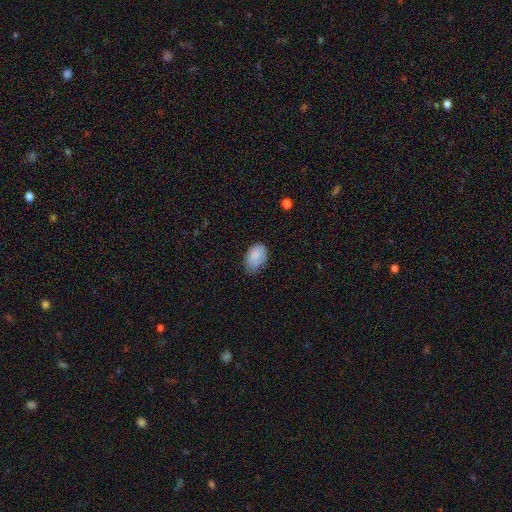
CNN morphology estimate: Smooth or featured?
  - smooth: 87% *
  - star or artifact: 7%
  - featured or disk: 6%
How rounded?
  - in between: 89% *
  - round: 10%
  - cigar-shaped: 1%
Merging?
  - none: 60% *
  - minor disturbance: 33%
  - major disturbance: 6%
  - merger: 1%